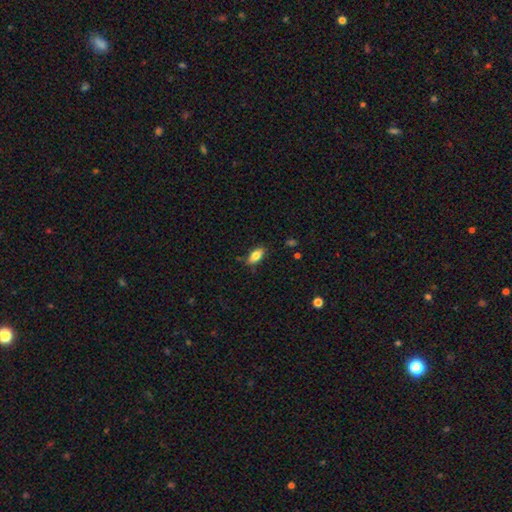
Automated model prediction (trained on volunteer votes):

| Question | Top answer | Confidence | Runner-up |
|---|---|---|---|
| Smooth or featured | smooth | 79% | featured or disk (13%) |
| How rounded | in between | 88% | cigar-shaped (8%) |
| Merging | none | 80% | minor disturbance (15%) |